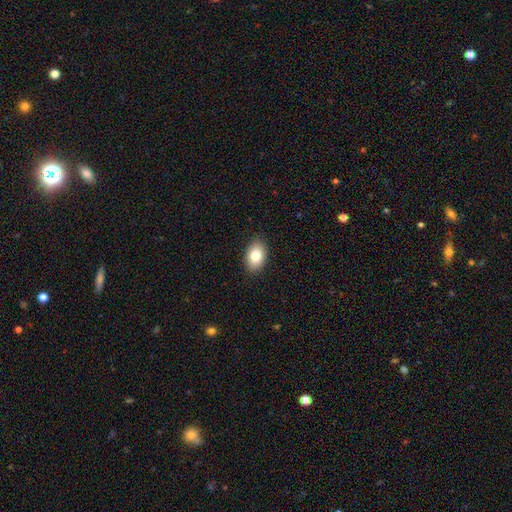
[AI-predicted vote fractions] This is clearly a smooth galaxy (82%). How rounded: clearly in between (89%). Merging: clearly none (88%).